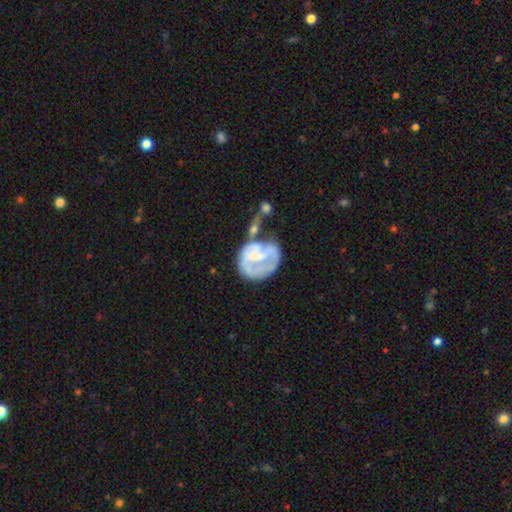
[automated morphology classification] Q: Smooth or featured?
A: featured or disk (62%); runner-up: smooth (30%)
Q: Edge-on disk?
A: no (98%); runner-up: yes (2%)
Q: Bar?
A: no (59%); runner-up: weak (30%)
Q: Spiral arms?
A: no (51%); runner-up: yes (49%)
Q: Bulge size?
A: none (48%); runner-up: small (22%)
Q: Merging?
A: major disturbance (37%); runner-up: none (23%)